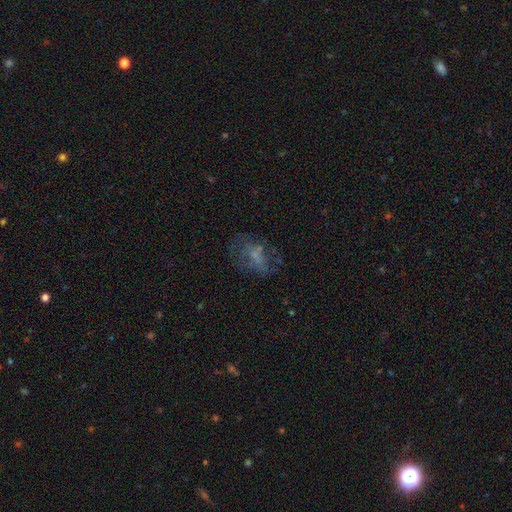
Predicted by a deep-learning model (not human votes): smooth_or_featured: featured or disk (p=0.43) [alt: smooth p=0.39]
merging: none (p=0.46) [alt: major disturbance p=0.30]